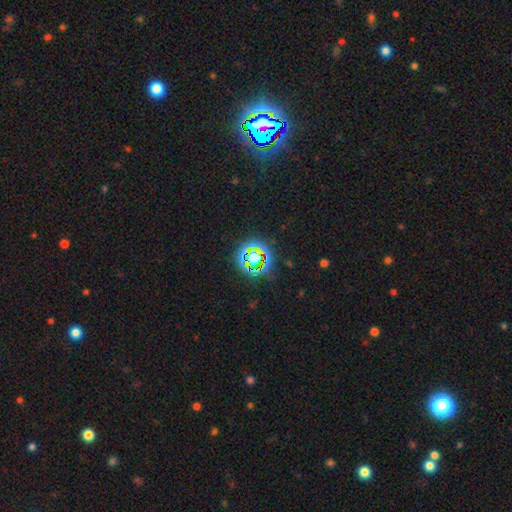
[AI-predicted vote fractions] This appears to be a star or artifact, not a galaxy (69%).